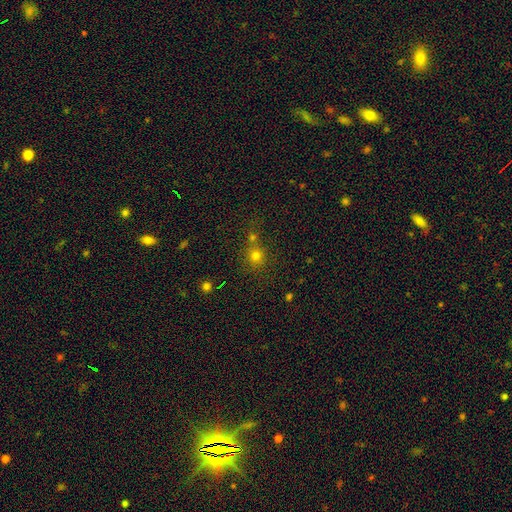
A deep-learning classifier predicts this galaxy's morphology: Overall: smooth (72%). How rounded: round (88%). Merging: none (61%; merger 26%).